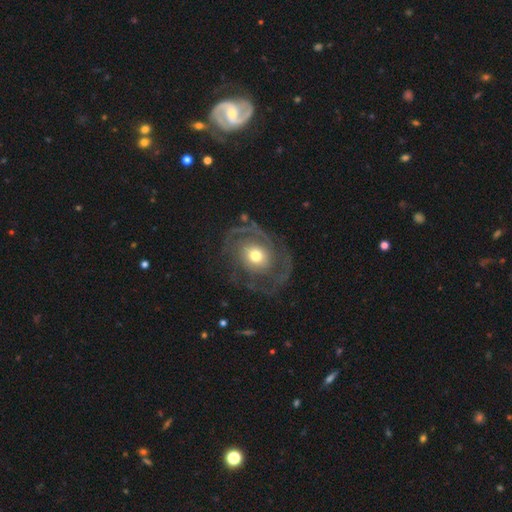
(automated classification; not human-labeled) This appears to be a featured or disk galaxy (76%) with no bar (79%), 2 (44%) tight (46%) spiral arms (82%) and a moderate central bulge (66%). Merging: none (63%).